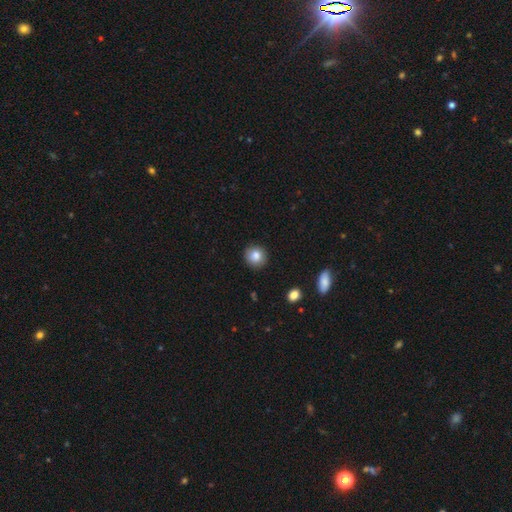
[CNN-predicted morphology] A smooth galaxy with no disk features (84%) that is round (90%).

Vote fractions:
- Smooth or featured? smooth: 84% / star or artifact: 9% / featured or disk: 6%
- How rounded? round: 90% / in between: 9% / cigar-shaped: 1%
- Merging? none: 90% / minor disturbance: 7% / major disturbance: 2% / merger: 1%